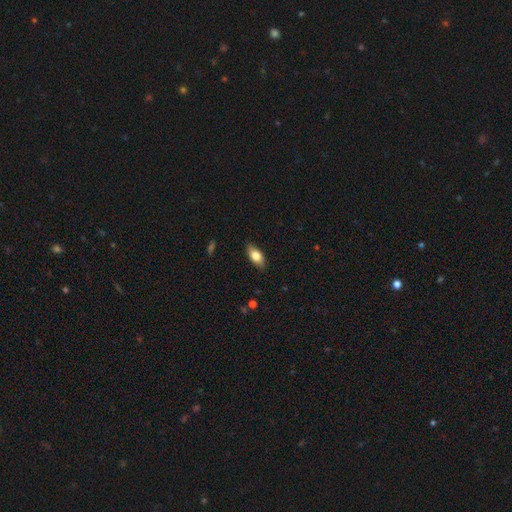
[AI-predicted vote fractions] smooth 77%, featured or disk 17%, star or artifact 7%. Down the decision tree: how rounded — in between (86%); merging — none (87%).